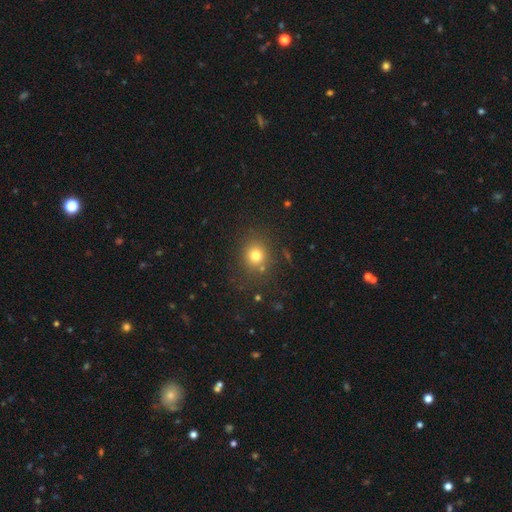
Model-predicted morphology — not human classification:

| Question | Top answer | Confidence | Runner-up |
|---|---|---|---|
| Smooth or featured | smooth | 75% | star or artifact (17%) |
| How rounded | round | 85% | in between (14%) |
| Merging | none | 82% | minor disturbance (10%) |